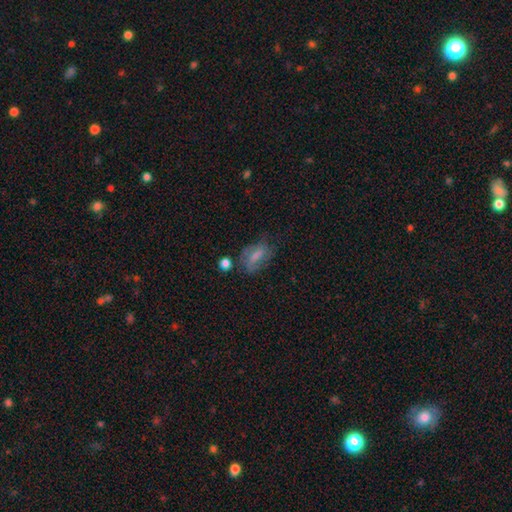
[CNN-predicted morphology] Overall: smooth (55%; featured or disk 34%). How rounded: in between (80%). Merging: none (49%; minor disturbance 27%).